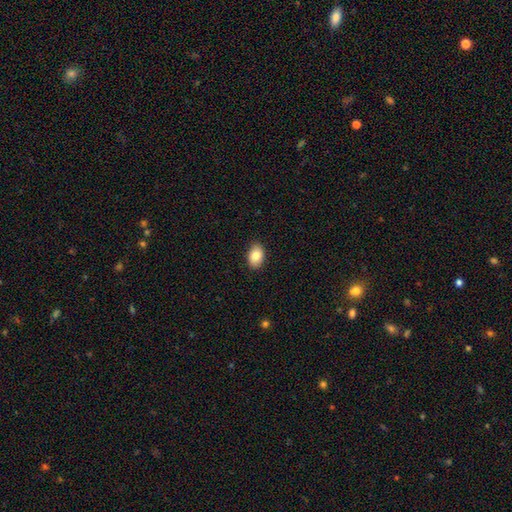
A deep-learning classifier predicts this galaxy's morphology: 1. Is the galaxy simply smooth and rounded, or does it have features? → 85% smooth, 8% featured or disk, 7% star or artifact.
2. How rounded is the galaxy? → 88% in between, 11% round, 1% cigar-shaped.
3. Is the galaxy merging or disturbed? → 89% none, 9% minor disturbance, 2% major disturbance, 1% merger.